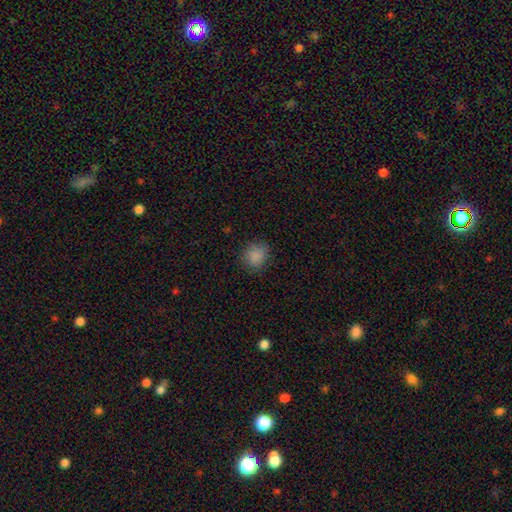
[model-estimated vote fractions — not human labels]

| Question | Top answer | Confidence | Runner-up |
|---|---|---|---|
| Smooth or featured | smooth | 86% | star or artifact (10%) |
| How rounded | round | 71% | in between (28%) |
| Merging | none | 82% | minor disturbance (14%) |